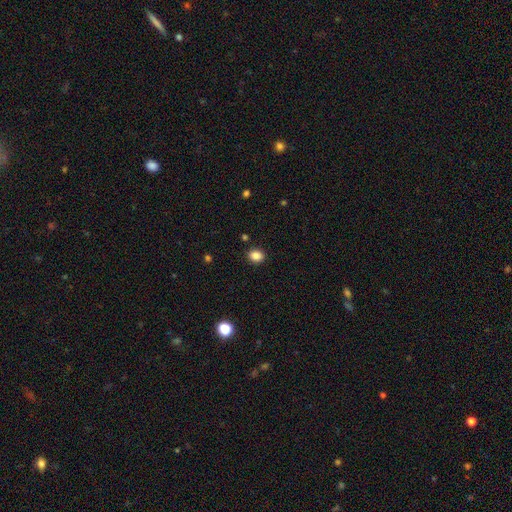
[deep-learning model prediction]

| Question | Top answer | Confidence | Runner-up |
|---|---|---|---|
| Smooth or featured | smooth | 86% | star or artifact (10%) |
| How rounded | round | 52% | in between (47%) |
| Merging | none | 90% | minor disturbance (7%) |